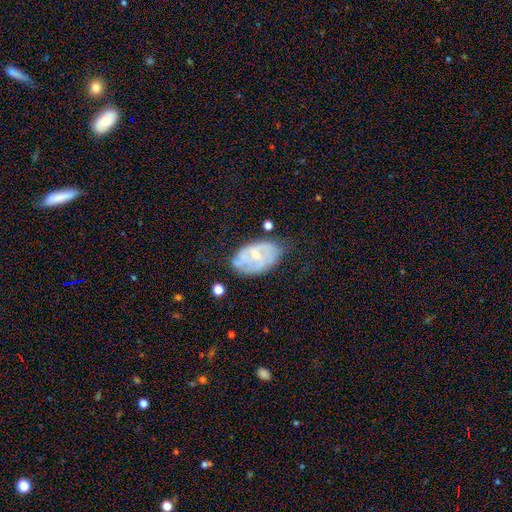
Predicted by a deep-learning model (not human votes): Smooth or featured? Predicted: featured or disk (p=0.63). Edge-on disk? Predicted: no (p=0.96). Bar? Predicted: no (p=0.50). Spiral arms? Predicted: yes (p=0.65). Bulge size? Predicted: small (p=0.53). Merging? Predicted: none (p=0.52).